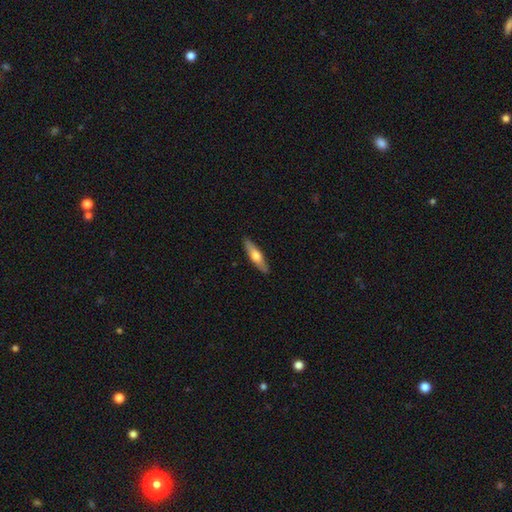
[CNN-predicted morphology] This is possibly a smooth galaxy (53%). How rounded: likely cigar-shaped (76%). Merging: clearly none (89%).